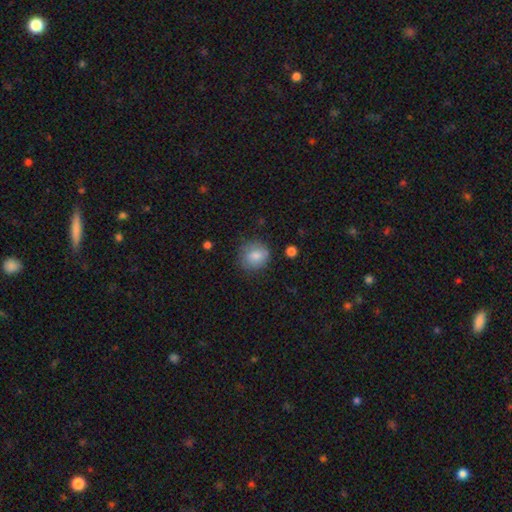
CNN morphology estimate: type=smooth (82%); roundness=round (80%); merging=none (74%).